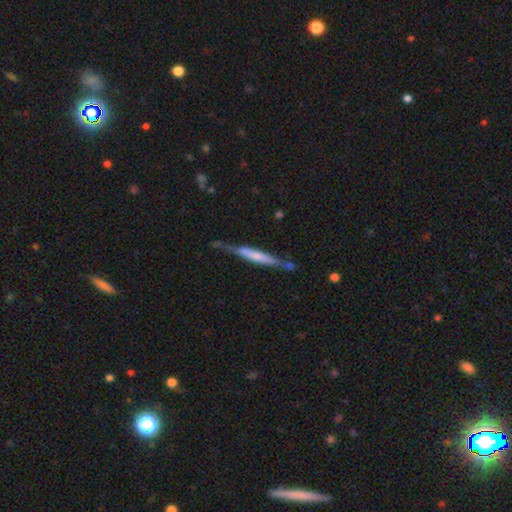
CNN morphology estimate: Smooth or featured? featured or disk (54%)
Edge-on disk? yes (94%)
Edge-on bulge? none (40%)
Merging? none (68%)